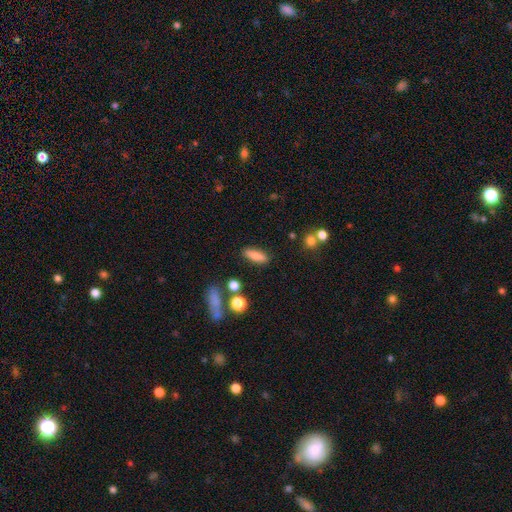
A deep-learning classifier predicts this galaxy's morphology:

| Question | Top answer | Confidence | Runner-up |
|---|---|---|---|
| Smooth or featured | smooth | 82% | featured or disk (9%) |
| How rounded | cigar-shaped | 52% | in between (45%) |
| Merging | none | 85% | minor disturbance (9%) |